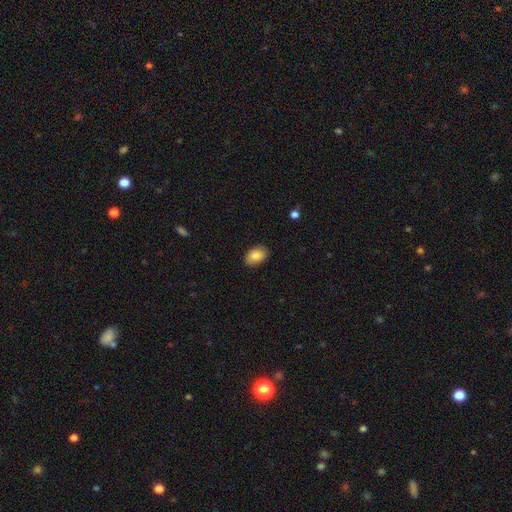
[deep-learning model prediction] smooth 85%, featured or disk 8%, star or artifact 7%. Down the decision tree: how rounded — in between (88%); merging — none (85%).